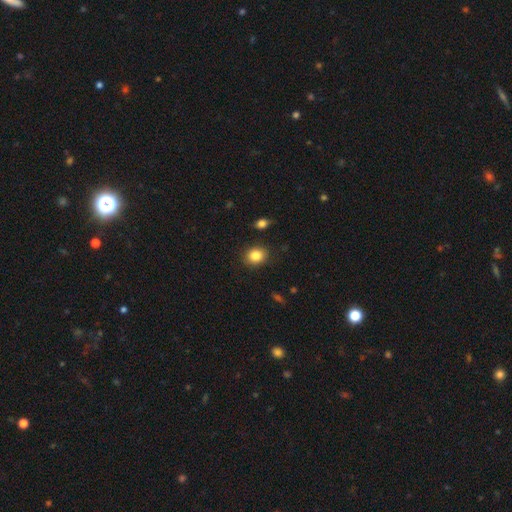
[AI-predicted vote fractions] This appears to be a smooth galaxy with no disk features (84%) that is round (64%). Merging: none (87%).